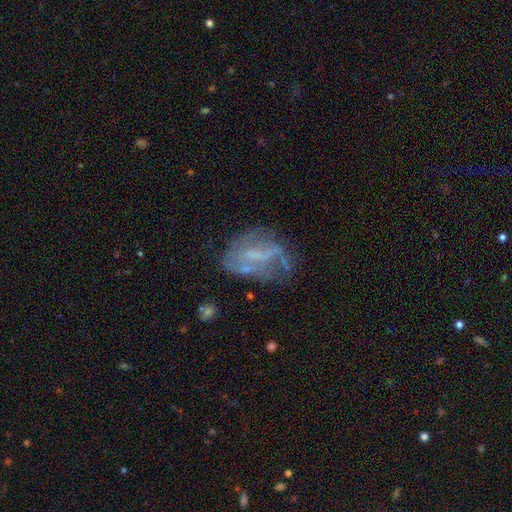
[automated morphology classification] A featured or disk galaxy (63%) with a weak bar (40%), no spiral arms (56%) and no central bulge (45%). Merging: none (39%).